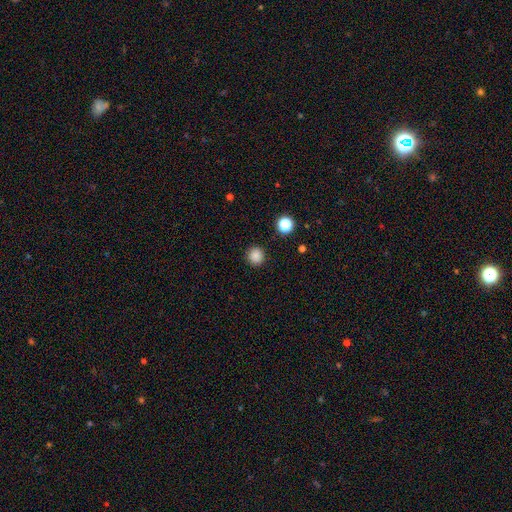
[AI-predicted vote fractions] The model was most divided on "smooth or featured": smooth: 85%, star or artifact: 12%, featured or disk: 3%. More confident: how rounded — round (94%); merging — none (91%).